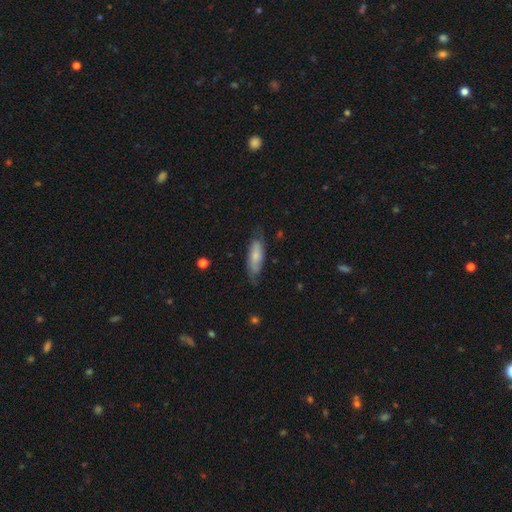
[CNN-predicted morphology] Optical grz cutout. It shows a smooth galaxy with no disk features (60%) that is in between round and cigar-shaped (52%). Merging: none (66%).